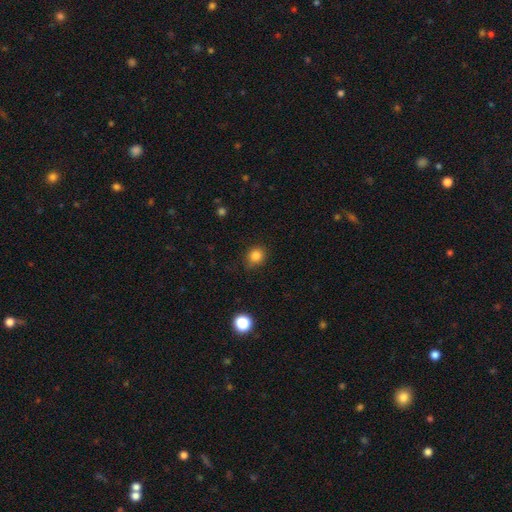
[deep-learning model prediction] Morphology: type=smooth (83%); roundness=round (78%); merging=none (77%).